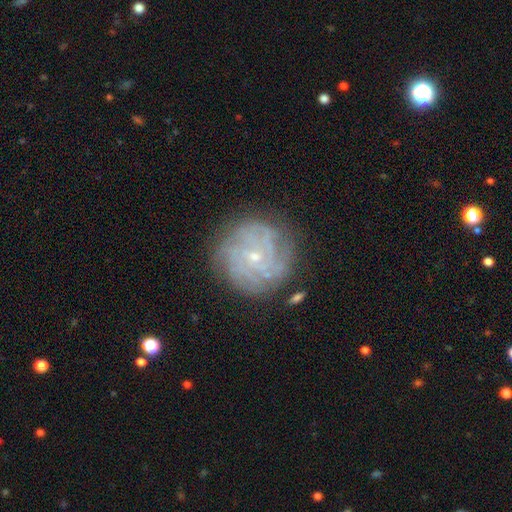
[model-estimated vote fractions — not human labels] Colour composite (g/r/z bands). It shows a featured or disk galaxy (73%) with no bar (72%), tight (71%) spiral arms (90%) and a small central bulge (81%). Merging: none (81%).